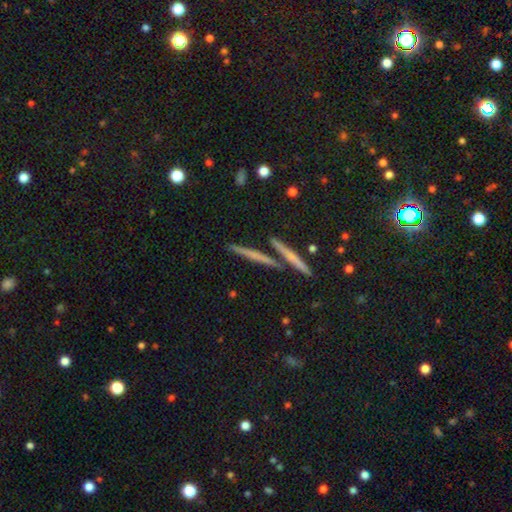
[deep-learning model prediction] Q: Smooth or featured?
A: featured or disk (54%); runner-up: smooth (37%)
Q: Edge-on disk?
A: yes (95%); runner-up: no (5%)
Q: Edge-on bulge?
A: none (74%); runner-up: rounded (20%)
Q: Merging?
A: none (80%); runner-up: merger (12%)